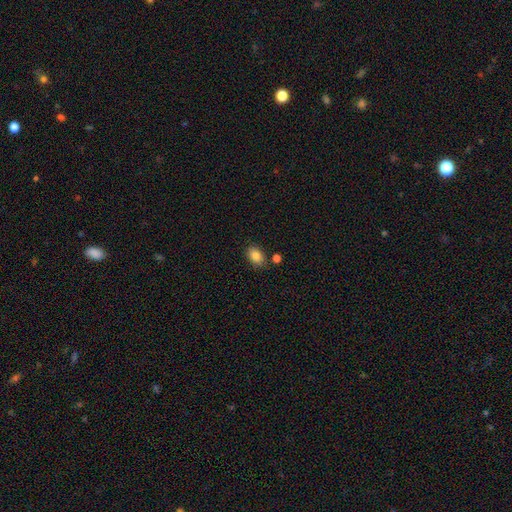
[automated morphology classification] This appears to be a smooth galaxy with no disk features (86%) that is in between round and cigar-shaped (83%). Merging: none (79%).